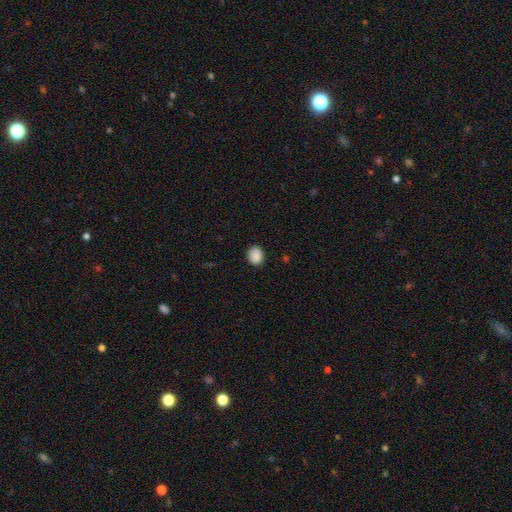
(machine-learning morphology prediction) type=smooth (89%); roundness=round (55%); merging=none (87%).